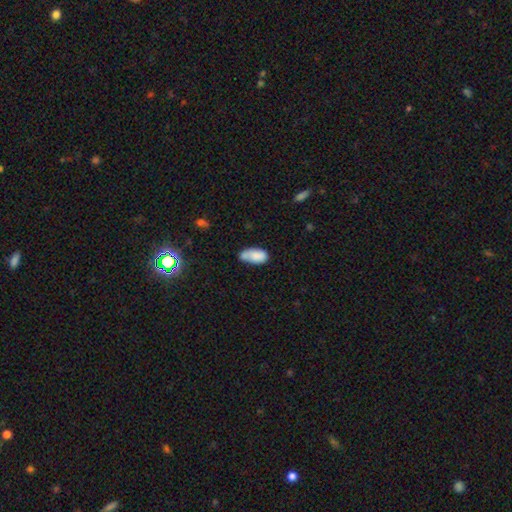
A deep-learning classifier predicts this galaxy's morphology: type=smooth (79%); roundness=in between (92%); merging=none (39%).